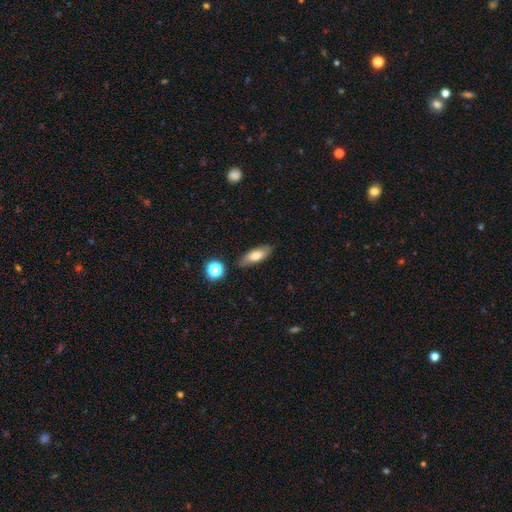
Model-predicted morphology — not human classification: The model was most divided on "how rounded": in between: 70%, cigar-shaped: 27%, round: 4%. More confident: merging — none (82%); smooth or featured — smooth (68%).